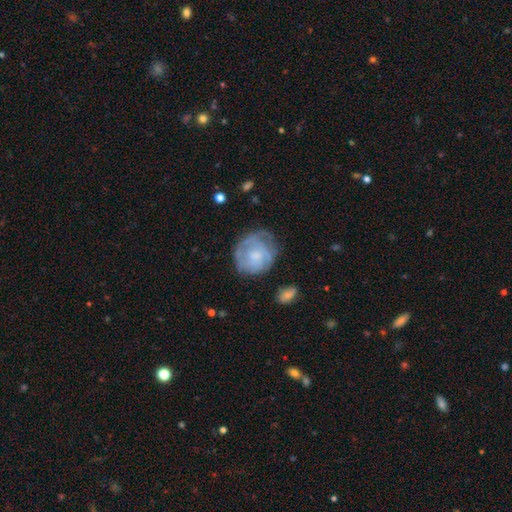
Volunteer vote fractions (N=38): Smooth or featured? 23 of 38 (61%) said featured or disk. Edge-on disk? 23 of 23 (100%) said no. Bar? 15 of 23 (65%) said no. Spiral arms? 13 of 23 (57%) said no. Bulge size? 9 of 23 (39%) said moderate. Merging? 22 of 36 (61%) said none.